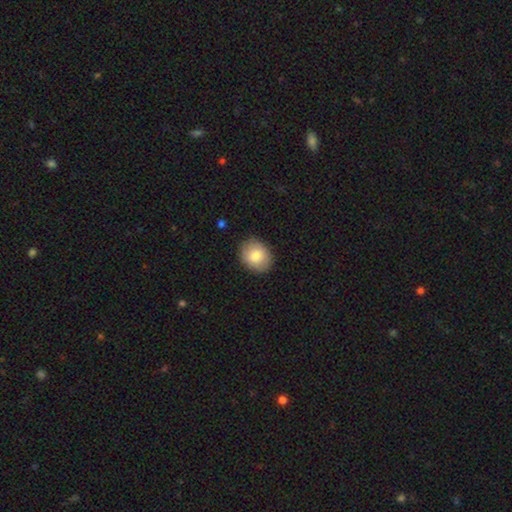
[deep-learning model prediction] Smooth or featured? smooth (84%)
How rounded? round (56%)
Merging? none (88%)